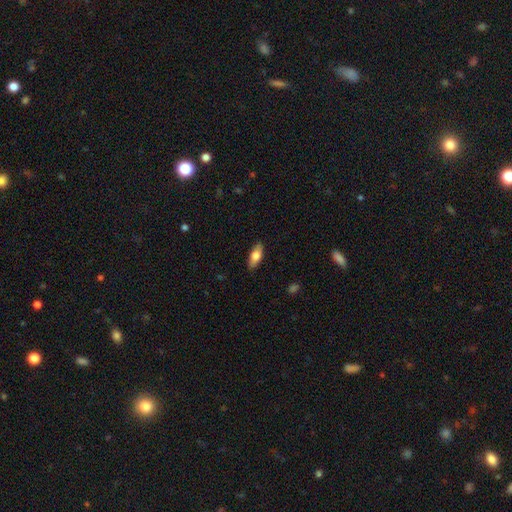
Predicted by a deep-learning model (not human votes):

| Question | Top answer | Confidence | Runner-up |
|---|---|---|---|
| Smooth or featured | smooth | 73% | featured or disk (21%) |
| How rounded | in between | 80% | cigar-shaped (17%) |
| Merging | none | 86% | minor disturbance (11%) |